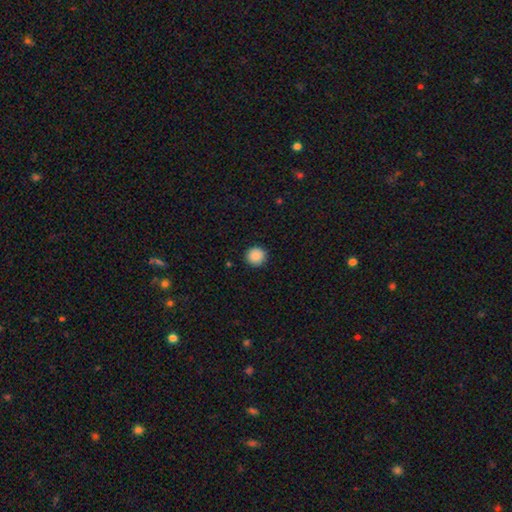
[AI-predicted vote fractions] Smooth or featured? Predicted: smooth (p=0.88). How rounded? Predicted: round (p=0.94). Merging? Predicted: none (p=0.92).